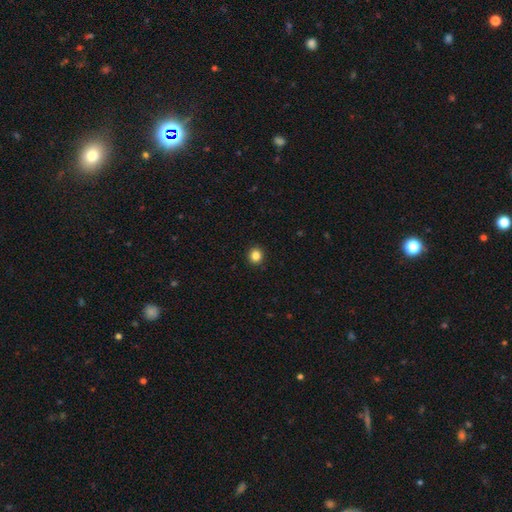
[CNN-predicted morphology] Smooth or featured? Predicted: smooth (p=0.85). How rounded? Predicted: round (p=0.89). Merging? Predicted: none (p=0.93).